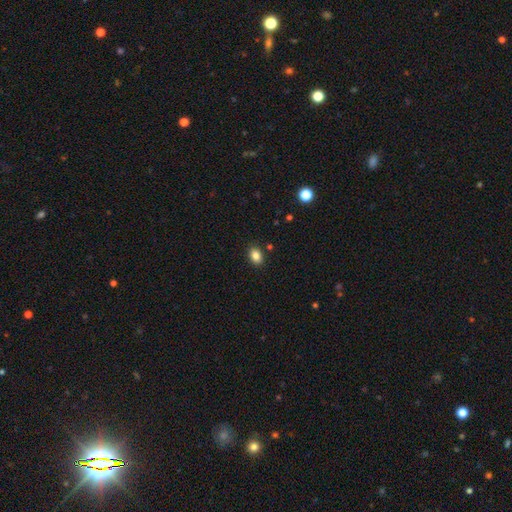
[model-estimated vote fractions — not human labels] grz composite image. It shows a smooth galaxy with no disk features (85%) that is in between round and cigar-shaped (76%). Merging: none (88%).